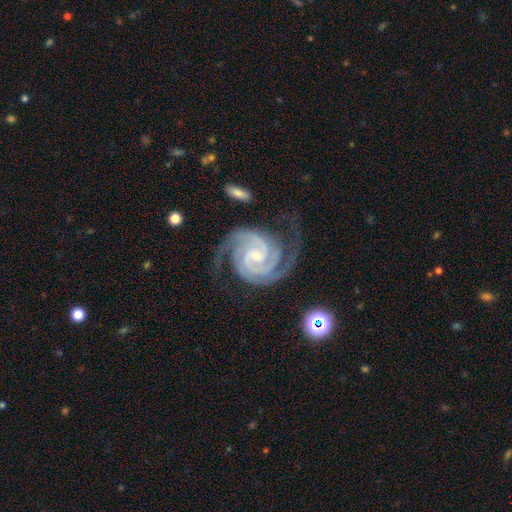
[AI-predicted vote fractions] smooth_or_featured: featured or disk (p=0.94) [alt: star or artifact p=0.04]
disk_edge_on: no (p=0.98) [alt: yes p=0.02]
bar: no (p=0.43) [alt: weak p=0.41]
has_spiral_arms: yes (p=0.99) [alt: no p=0.01]
spiral_winding: tight (p=0.69) [alt: medium p=0.28]
spiral_arm_count: 2 (p=0.64) [alt: 3 p=0.19]
bulge_size: small (p=0.70) [alt: moderate p=0.25]
merging: none (p=0.71) [alt: minor disturbance p=0.18]